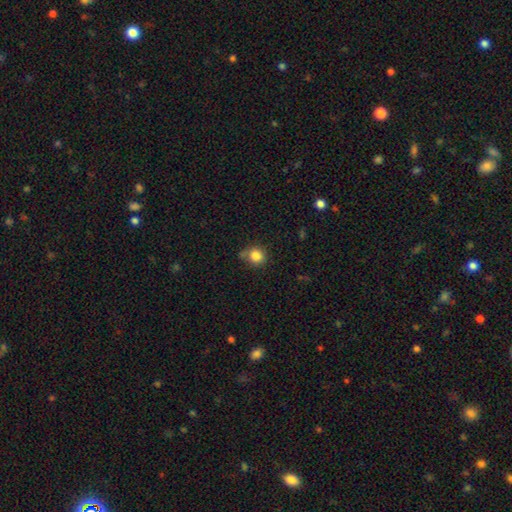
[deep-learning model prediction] Morphology: type=smooth (84%); roundness=round (84%); merging=none (67%).